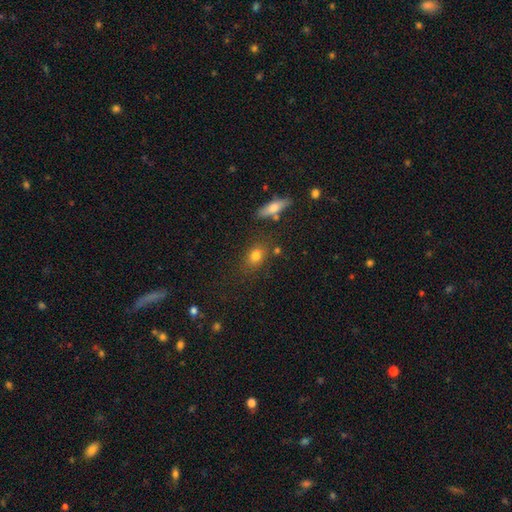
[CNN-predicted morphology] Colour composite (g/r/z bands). It shows a smooth galaxy with no disk features (78%) that is in between round and cigar-shaped (58%). Merging: none (76%).